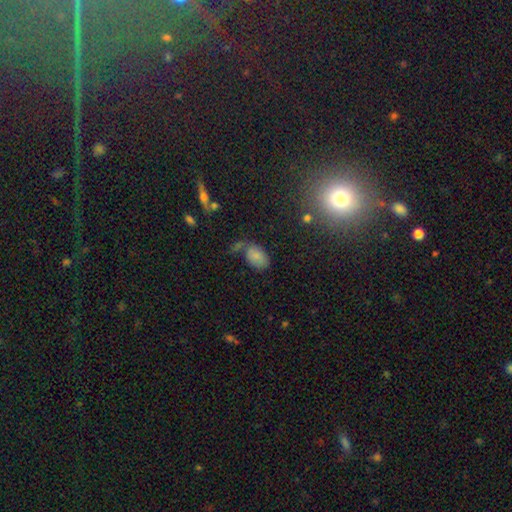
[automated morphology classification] Smooth or featured? smooth (77%)
How rounded? in between (91%)
Merging? none (48%)